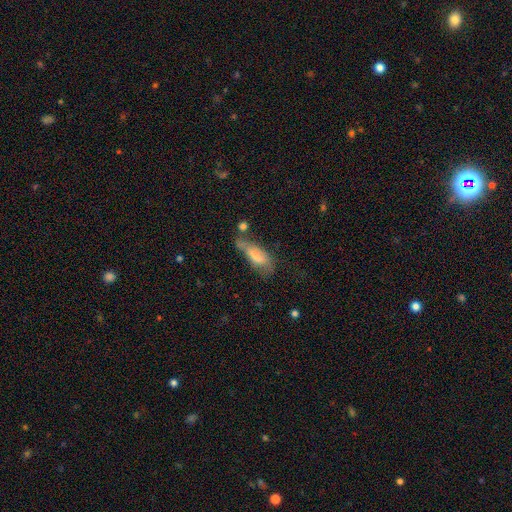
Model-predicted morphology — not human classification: Smooth or featured: smooth — 64% (featured or disk — 27%)
How rounded: in between — 61% (cigar-shaped — 36%)
Merging: none — 40% (minor disturbance — 30%)